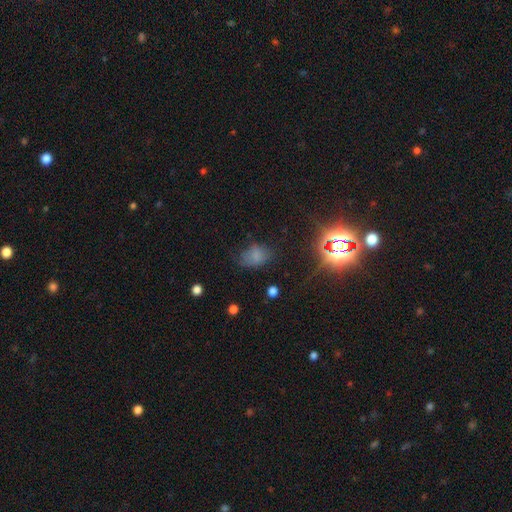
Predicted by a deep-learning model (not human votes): smooth_or_featured: smooth (p=0.67) [alt: star or artifact p=0.22]
how_rounded: in between (p=0.75) [alt: round p=0.24]
merging: none (p=0.54) [alt: minor disturbance p=0.29]